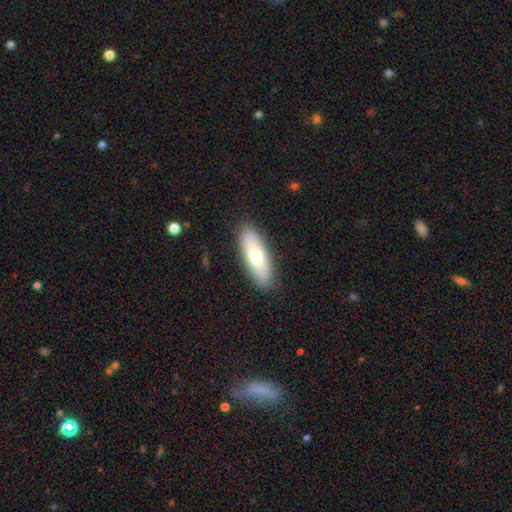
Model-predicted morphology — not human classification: Smooth or featured? Predicted: smooth (p=0.70). How rounded? Predicted: in between (p=0.63). Merging? Predicted: none (p=0.87).